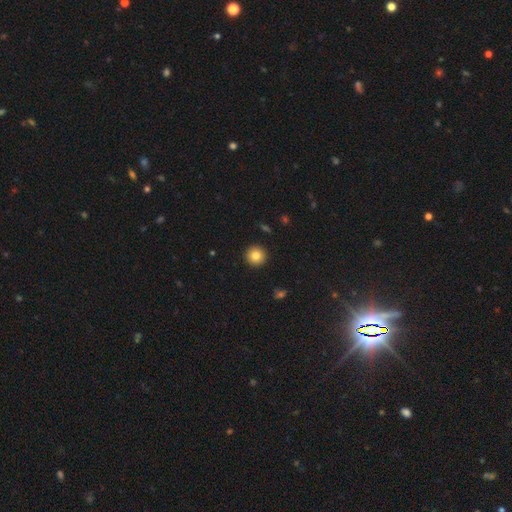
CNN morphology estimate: smooth-or-featured: smooth: 82% | star or artifact: 10% | featured or disk: 8%
  how-rounded: round: 96% | in between: 3% | cigar-shaped: 1%
  merging: none: 93% | minor disturbance: 4% | major disturbance: 1% | merger: 1%